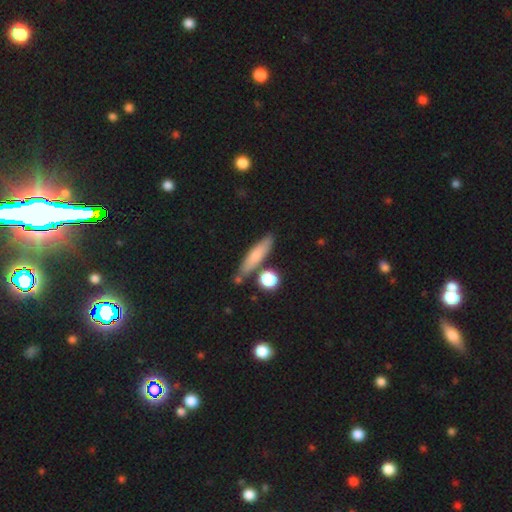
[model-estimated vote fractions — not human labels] A smooth galaxy with no disk features (71%) that is cigar-shaped (75%).

Vote fractions:
- Smooth or featured? smooth: 71% / featured or disk: 22% / star or artifact: 7%
- How rounded? cigar-shaped: 75% / in between: 21% / round: 4%
- Merging? none: 76% / minor disturbance: 12% / merger: 9% / major disturbance: 3%